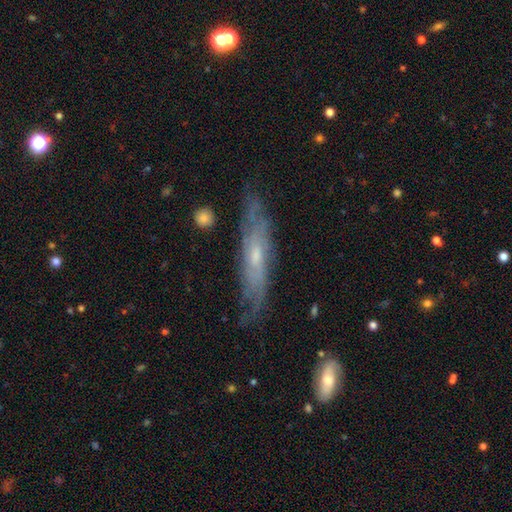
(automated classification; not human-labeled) Smooth or featured? Predicted: featured or disk (p=0.69). Edge-on disk? Predicted: yes (p=0.52). Merging? Predicted: none (p=0.75).